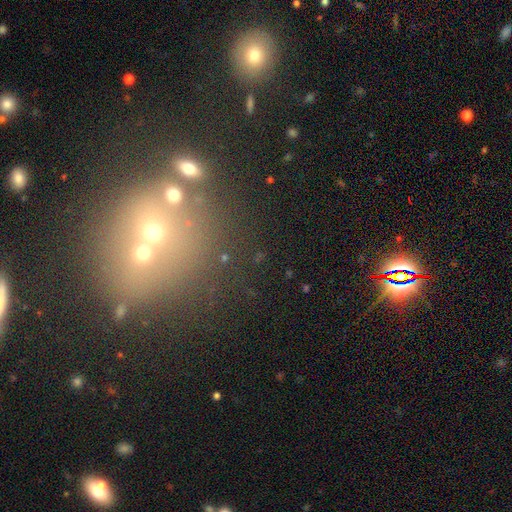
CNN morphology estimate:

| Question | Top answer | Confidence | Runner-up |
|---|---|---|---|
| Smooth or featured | star or artifact | 50% | smooth (34%) |